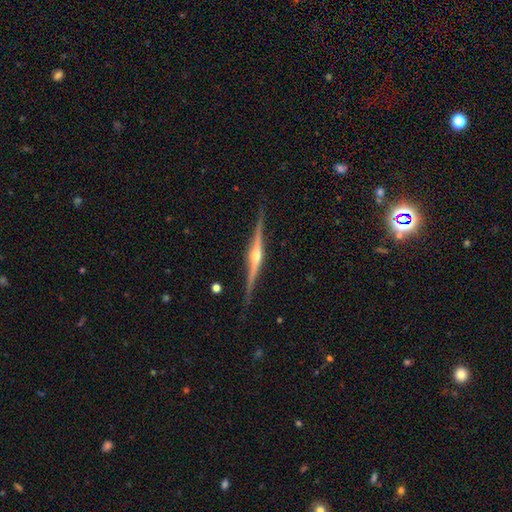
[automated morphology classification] featured or disk 86%, smooth 9%, star or artifact 5%. Down the decision tree: edge-on disk — yes (98%); edge-on bulge — rounded (92%); merging — none (88%).